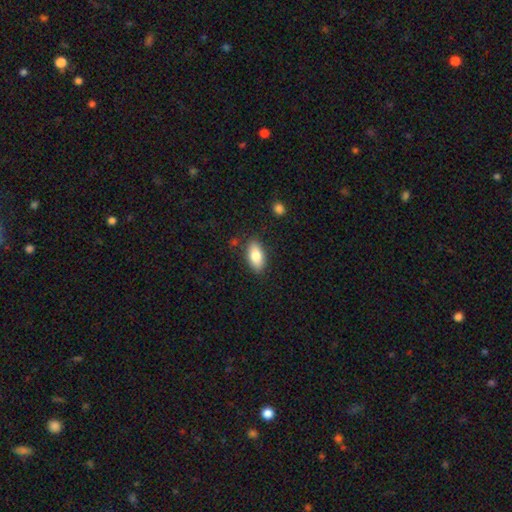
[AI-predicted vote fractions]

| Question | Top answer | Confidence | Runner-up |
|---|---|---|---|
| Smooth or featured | smooth | 81% | featured or disk (12%) |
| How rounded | in between | 89% | cigar-shaped (7%) |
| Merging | none | 85% | minor disturbance (11%) |